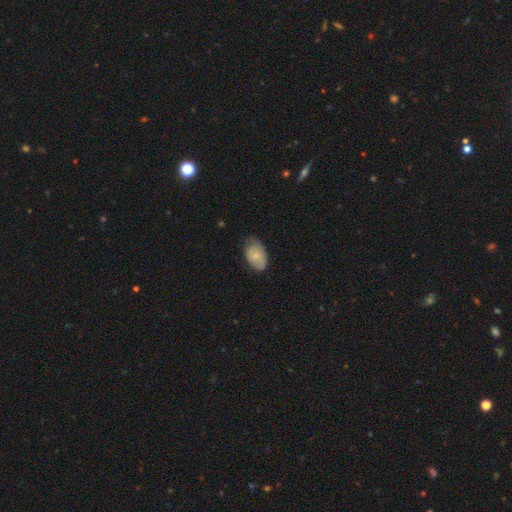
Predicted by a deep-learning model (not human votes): smooth-or-featured: smooth: 65% | featured or disk: 29% | star or artifact: 6%
  how-rounded: in between: 90% | round: 8% | cigar-shaped: 1%
  merging: none: 59% | minor disturbance: 33% | major disturbance: 7% | merger: 1%